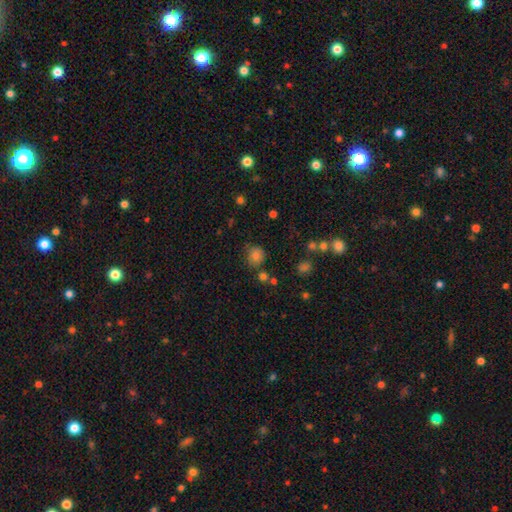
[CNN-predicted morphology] Smooth or featured: smooth — 76% (star or artifact — 16%)
How rounded: round — 85% (in between — 15%)
Merging: none — 75% (minor disturbance — 15%)